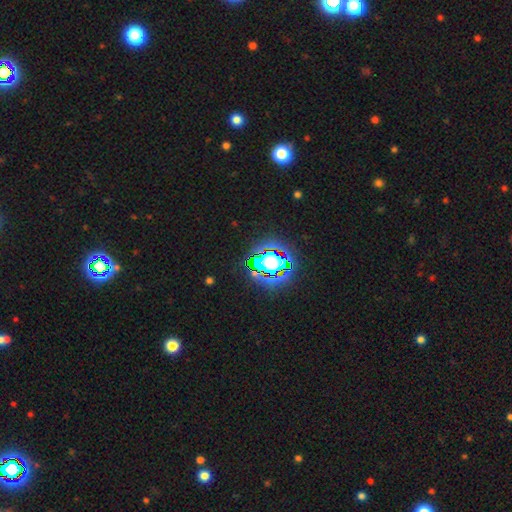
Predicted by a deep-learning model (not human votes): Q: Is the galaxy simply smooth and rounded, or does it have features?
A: star or artifact — 83%.